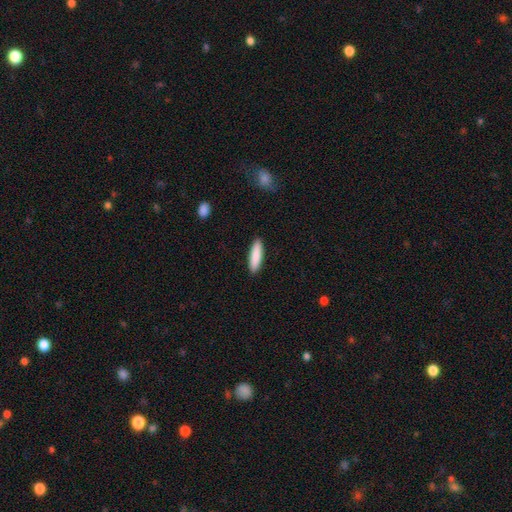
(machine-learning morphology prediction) The model was most divided on "how rounded": cigar-shaped: 73%, in between: 26%, round: 1%. More confident: merging — none (91%); smooth or featured — smooth (86%).